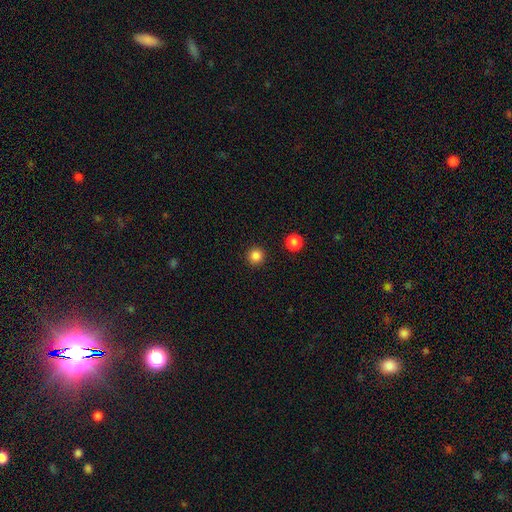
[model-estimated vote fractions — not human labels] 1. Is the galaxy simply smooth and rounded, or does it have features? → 86% smooth, 12% star or artifact, 3% featured or disk.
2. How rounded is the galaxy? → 96% round, 3% in between, 1% cigar-shaped.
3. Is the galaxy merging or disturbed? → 93% none, 4% minor disturbance, 2% major disturbance, 2% merger.